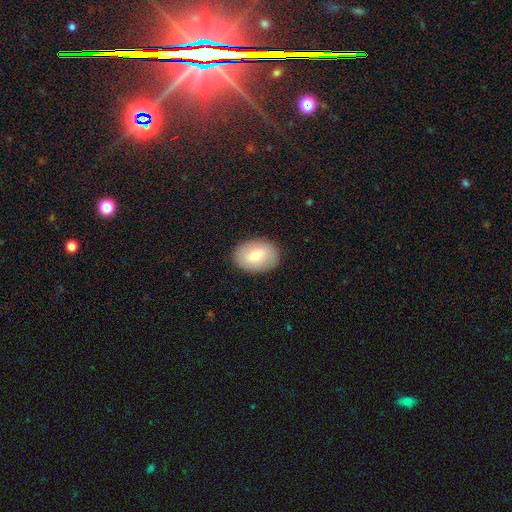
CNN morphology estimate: This is likely a smooth galaxy (72%). How rounded: likely in between (74%). Merging: clearly none (88%).